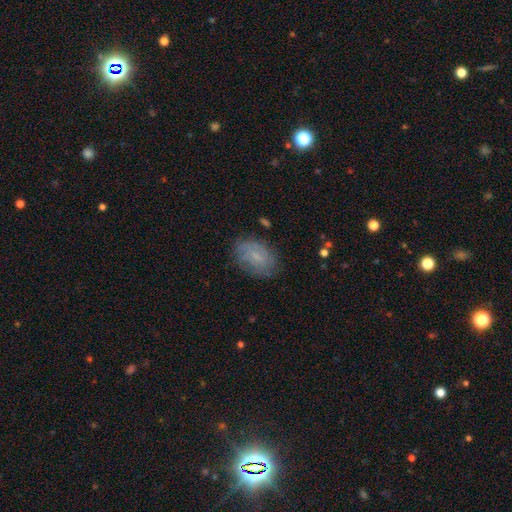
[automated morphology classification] A smooth galaxy with no disk features (49%). Merging: none (75%).